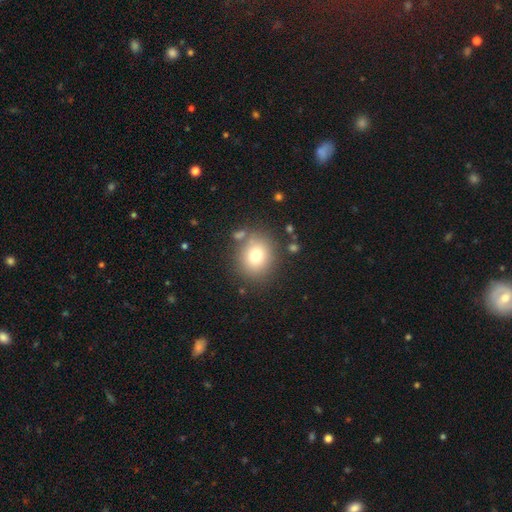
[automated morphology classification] Smooth or featured? smooth (76%)
How rounded? round (74%)
Merging? none (79%)